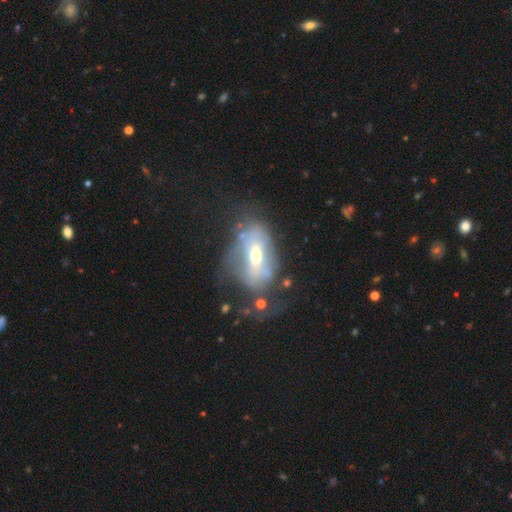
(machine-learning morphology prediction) Smooth or featured? featured or disk (54%)
Edge-on disk? no (91%)
Merging? none (37%)